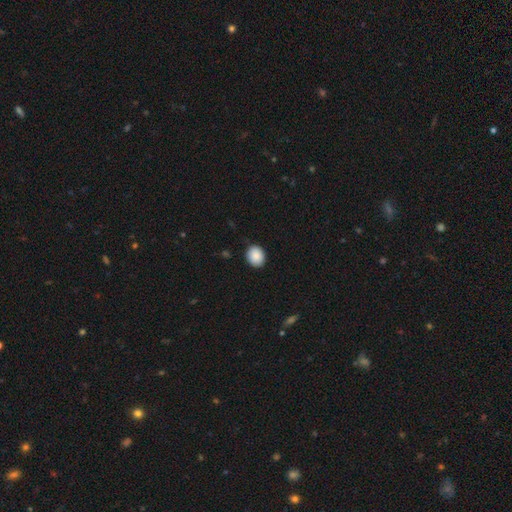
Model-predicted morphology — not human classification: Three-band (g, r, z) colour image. It shows a smooth galaxy with no disk features (89%) that is round (56%). Merging: none (89%).